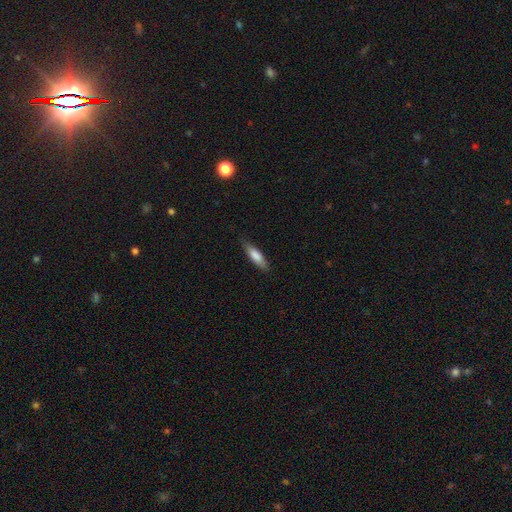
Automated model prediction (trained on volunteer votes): A smooth galaxy with no disk features (77%) that is cigar-shaped (68%). Merging: none (81%).